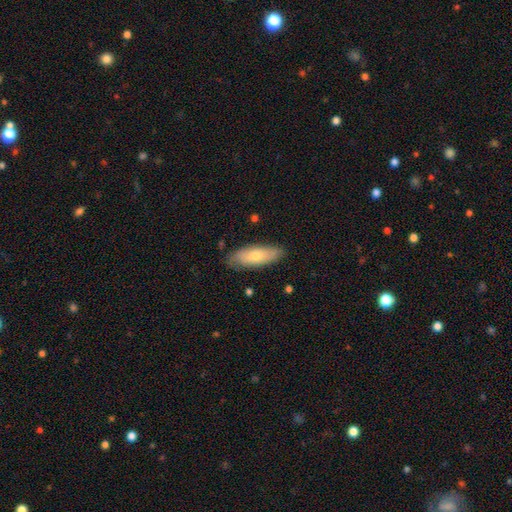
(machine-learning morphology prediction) smooth_or_featured: smooth (p=0.65) [alt: featured or disk p=0.29]
how_rounded: in between (p=0.64) [alt: cigar-shaped p=0.33]
merging: none (p=0.80) [alt: minor disturbance p=0.16]